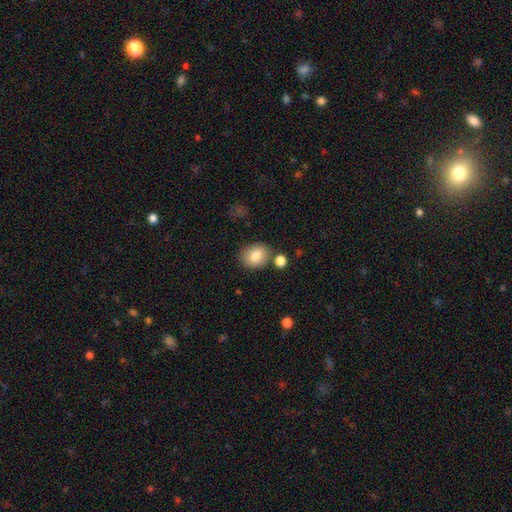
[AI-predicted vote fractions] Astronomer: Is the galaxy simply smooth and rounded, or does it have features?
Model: smooth — 81%.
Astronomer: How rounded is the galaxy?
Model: round — 50% (runner-up: in between, 49%).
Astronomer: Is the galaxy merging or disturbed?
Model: none — 77%.